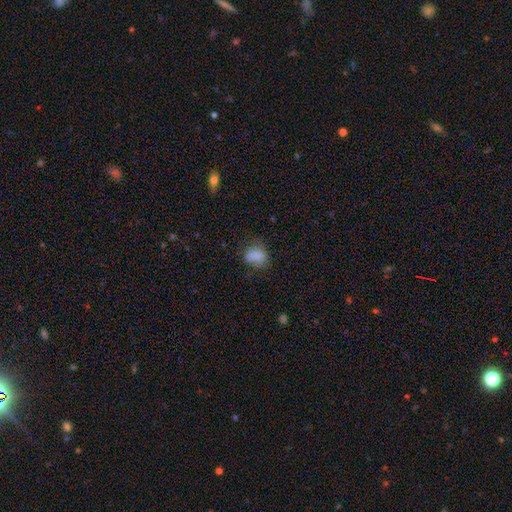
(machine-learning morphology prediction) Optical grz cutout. It shows a smooth galaxy with no disk features (81%) that is in between round and cigar-shaped (59%). Merging: none (66%).